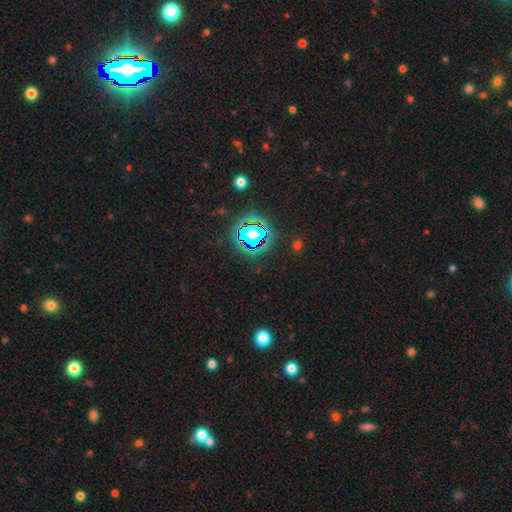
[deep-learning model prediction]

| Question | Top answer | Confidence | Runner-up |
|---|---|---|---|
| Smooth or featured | star or artifact | 79% | smooth (13%) |